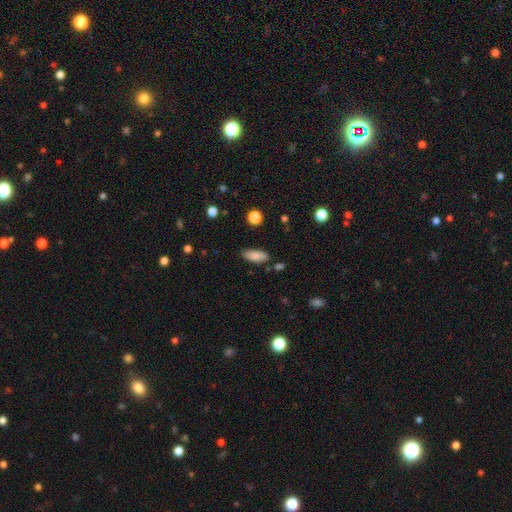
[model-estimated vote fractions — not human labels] Smooth or featured?
  - smooth: 85% *
  - star or artifact: 8%
  - featured or disk: 7%
How rounded?
  - in between: 79% *
  - cigar-shaped: 19%
  - round: 2%
Merging?
  - none: 82% *
  - minor disturbance: 12%
  - merger: 3%
  - major disturbance: 3%